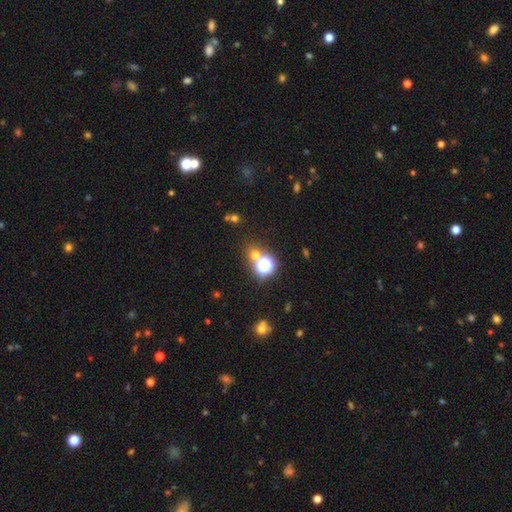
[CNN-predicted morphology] smooth 52%, star or artifact 40%, featured or disk 8%. Down the decision tree: how rounded — round (82%); merging — none (68%).